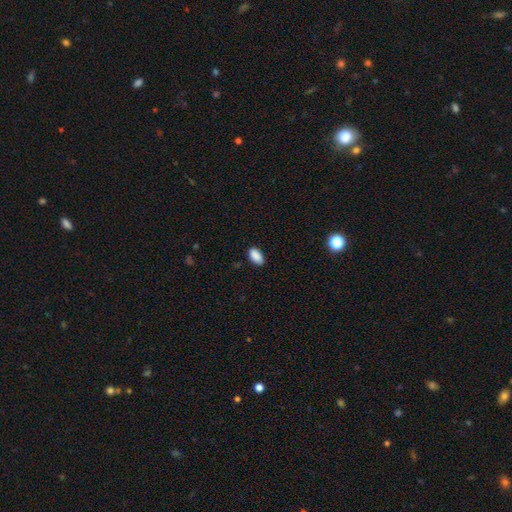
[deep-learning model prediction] Smooth or featured?
  - smooth: 89% *
  - star or artifact: 8%
  - featured or disk: 3%
How rounded?
  - in between: 93% *
  - round: 4%
  - cigar-shaped: 3%
Merging?
  - none: 85% *
  - minor disturbance: 11%
  - major disturbance: 2%
  - merger: 1%